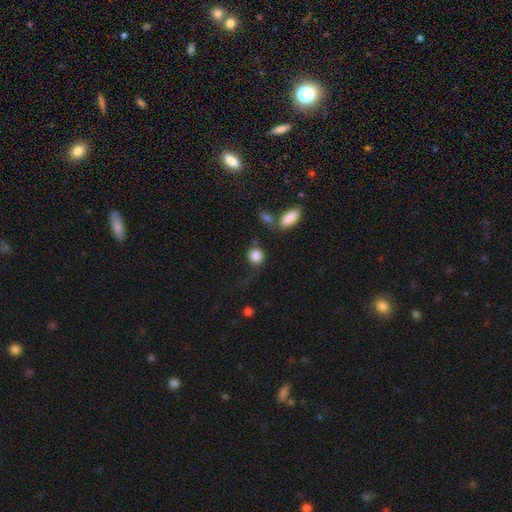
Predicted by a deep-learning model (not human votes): smooth 86%, star or artifact 8%, featured or disk 6%. Down the decision tree: how rounded — round (78%); merging — none (62%).